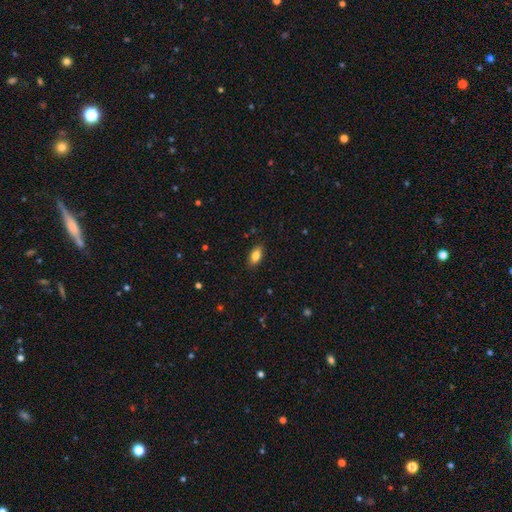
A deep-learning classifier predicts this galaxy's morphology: Smooth or featured? smooth (82%)
How rounded? in between (89%)
Merging? none (87%)